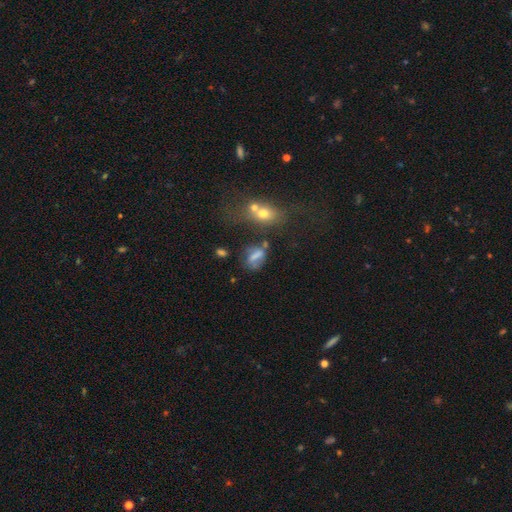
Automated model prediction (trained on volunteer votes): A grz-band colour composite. It shows a smooth galaxy with no disk features (52%) that is in between round and cigar-shaped (67%). Merging: none (46%).